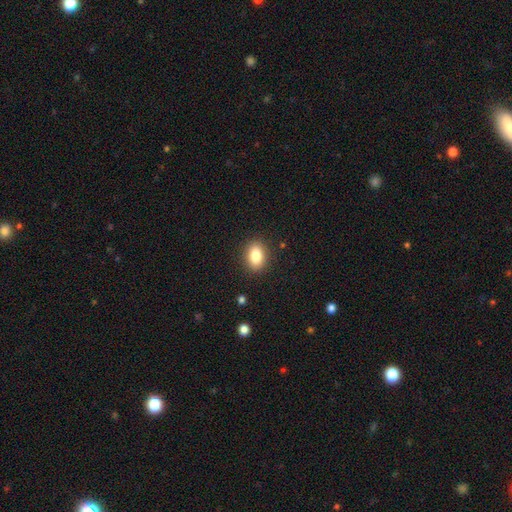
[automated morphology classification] smooth_or_featured: smooth (p=0.83) [alt: star or artifact p=0.09]
how_rounded: in between (p=0.77) [alt: round p=0.21]
merging: none (p=0.89) [alt: minor disturbance p=0.08]